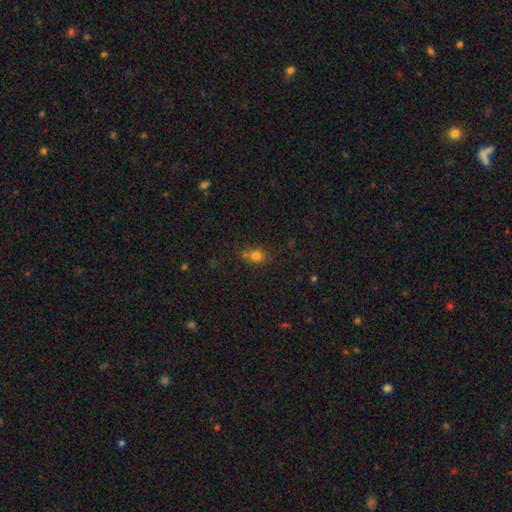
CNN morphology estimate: A smooth galaxy with no disk features (75%) that is round (54%).

Vote fractions:
- Smooth or featured? smooth: 75% / star or artifact: 17% / featured or disk: 8%
- How rounded? round: 54% / in between: 44% / cigar-shaped: 2%
- Merging? none: 60% / minor disturbance: 18% / merger: 17% / major disturbance: 5%